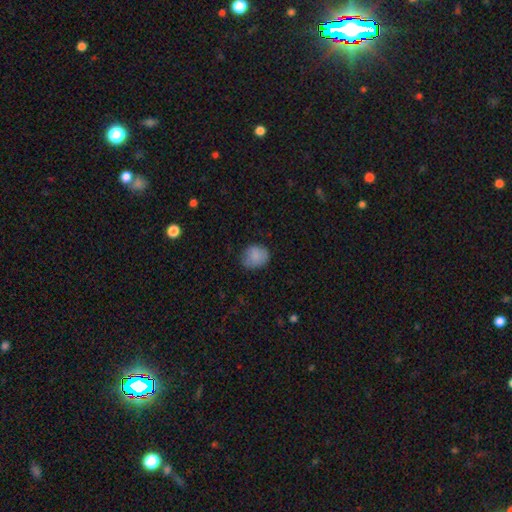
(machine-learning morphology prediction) smooth 85%, star or artifact 8%, featured or disk 7%. Down the decision tree: how rounded — round (69%); merging — none (71%).